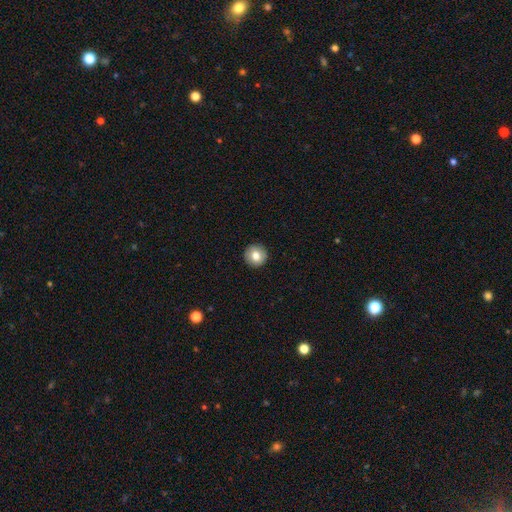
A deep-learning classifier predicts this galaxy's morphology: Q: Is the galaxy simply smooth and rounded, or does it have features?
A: smooth — 76%.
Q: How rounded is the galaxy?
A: round — 95%.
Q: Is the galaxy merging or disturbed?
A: none — 92%.